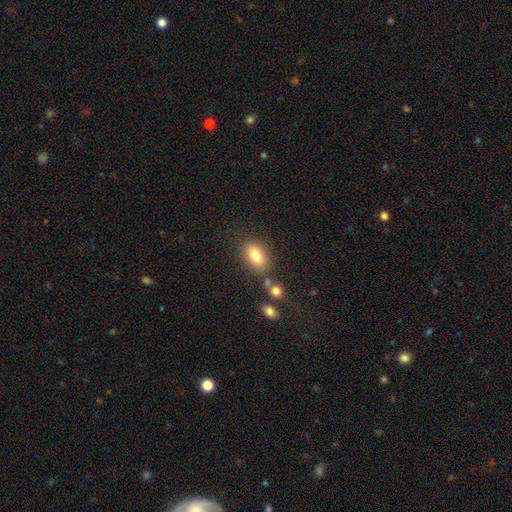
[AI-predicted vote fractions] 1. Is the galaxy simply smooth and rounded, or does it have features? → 80% smooth, 11% featured or disk, 9% star or artifact.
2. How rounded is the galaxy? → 81% in between, 17% round, 2% cigar-shaped.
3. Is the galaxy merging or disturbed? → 73% none, 14% minor disturbance, 9% merger, 4% major disturbance.